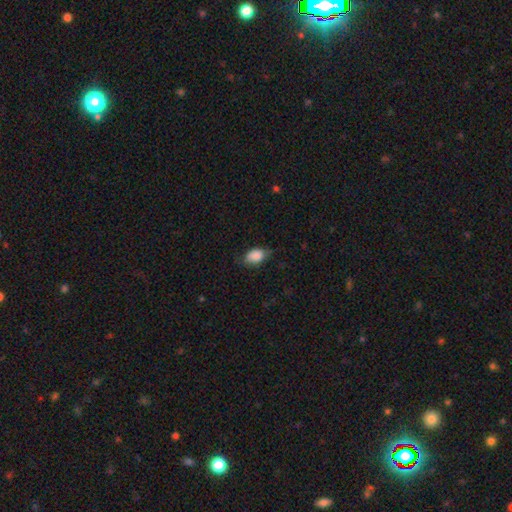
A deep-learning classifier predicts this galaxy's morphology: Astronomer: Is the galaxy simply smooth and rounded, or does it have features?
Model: smooth — 86%.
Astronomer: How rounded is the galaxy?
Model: in between — 88%.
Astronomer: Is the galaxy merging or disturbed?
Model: none — 67%.